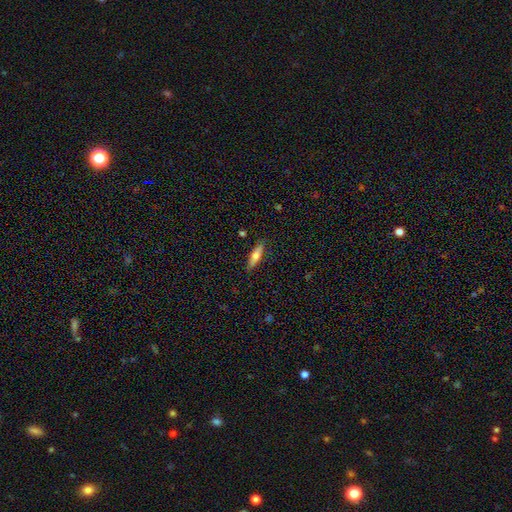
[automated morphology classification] A smooth galaxy with no disk features (67%) that is cigar-shaped (63%).

Vote fractions:
- Smooth or featured? smooth: 67% / featured or disk: 26% / star or artifact: 6%
- How rounded? cigar-shaped: 63% / in between: 35% / round: 2%
- Merging? none: 87% / minor disturbance: 10% / major disturbance: 2% / merger: 1%